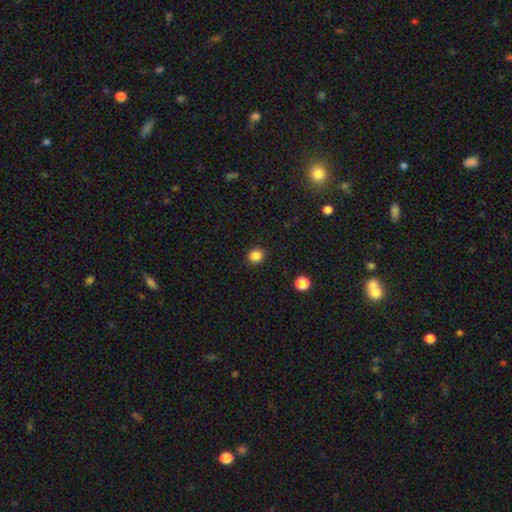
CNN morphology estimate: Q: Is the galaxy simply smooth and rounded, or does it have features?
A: smooth — 85%.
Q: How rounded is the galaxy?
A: round — 85%.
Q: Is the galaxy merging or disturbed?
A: none — 91%.